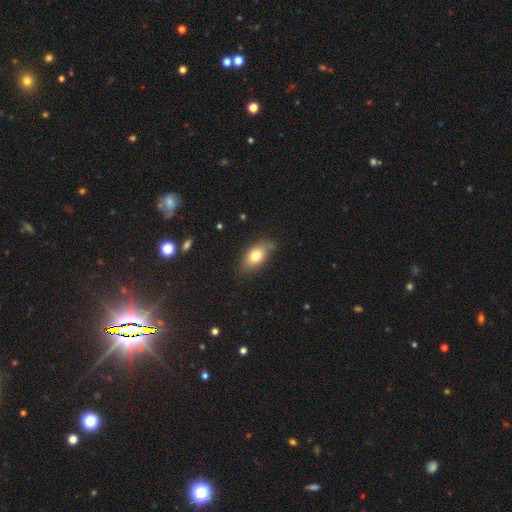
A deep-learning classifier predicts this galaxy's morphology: Smooth or featured: smooth — 76% (featured or disk — 15%)
How rounded: in between — 88% (round — 8%)
Merging: none — 74% (minor disturbance — 19%)